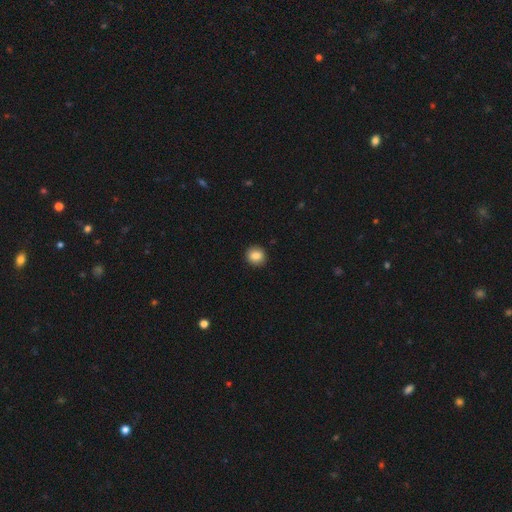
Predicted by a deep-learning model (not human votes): Smooth or featured? Predicted: smooth (p=0.86). How rounded? Predicted: round (p=0.85). Merging? Predicted: none (p=0.91).